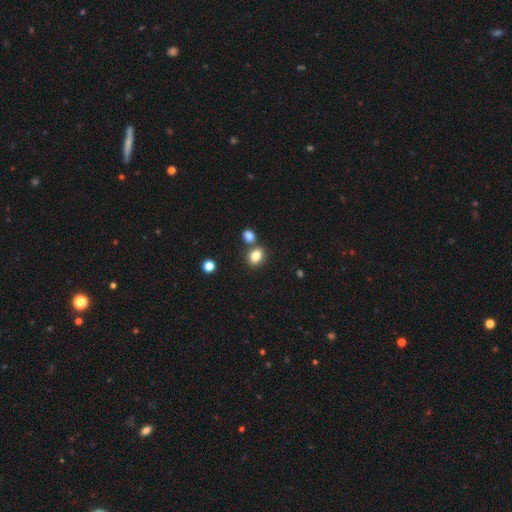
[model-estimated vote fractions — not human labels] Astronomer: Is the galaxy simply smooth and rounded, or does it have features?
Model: smooth — 82%.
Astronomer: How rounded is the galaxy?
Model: in between — 60% (runner-up: round, 39%).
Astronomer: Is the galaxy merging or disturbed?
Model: none — 65%.